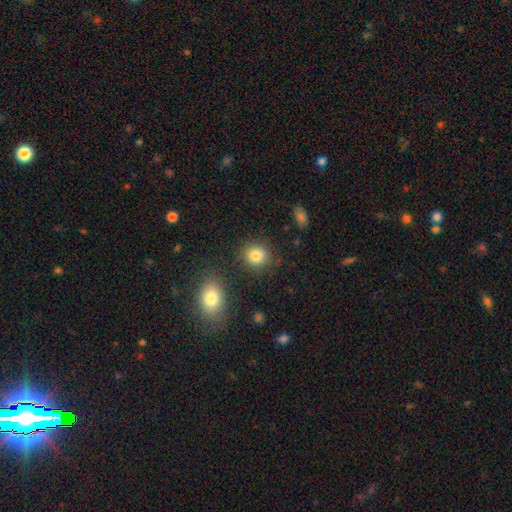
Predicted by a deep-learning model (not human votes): Q: Smooth or featured?
A: smooth (83%); runner-up: star or artifact (10%)
Q: How rounded?
A: round (81%); runner-up: in between (18%)
Q: Merging?
A: none (84%); runner-up: minor disturbance (9%)